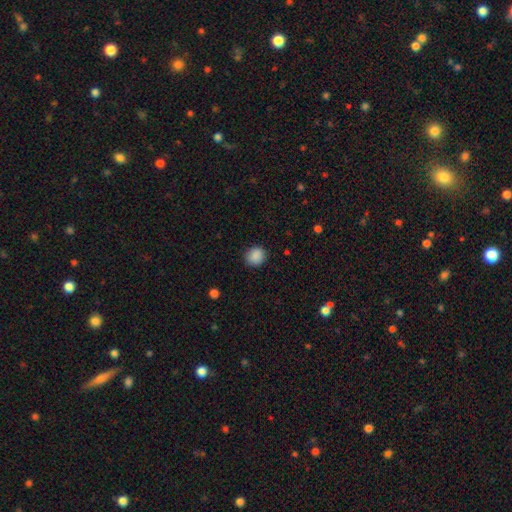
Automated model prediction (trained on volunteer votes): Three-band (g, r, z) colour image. It shows a smooth galaxy with no disk features (89%) that is round (83%). Merging: none (88%).